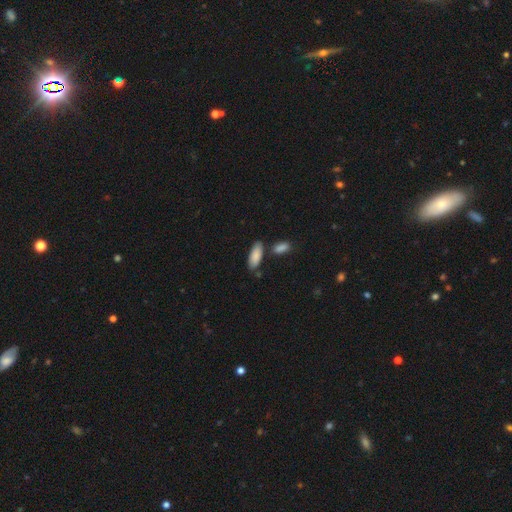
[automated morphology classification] Smooth or featured? smooth (86%)
How rounded? in between (82%)
Merging? none (69%)